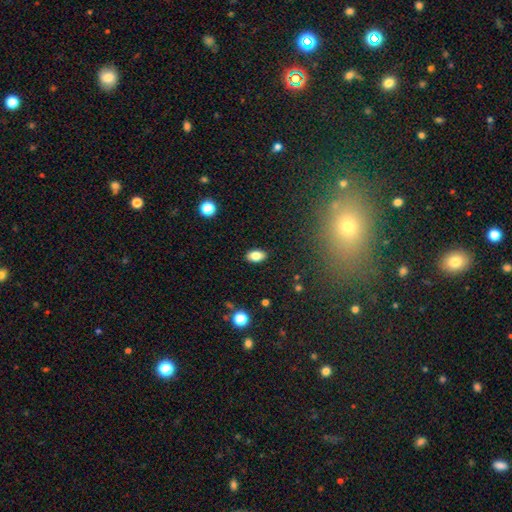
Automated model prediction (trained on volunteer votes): Smooth or featured? Predicted: smooth (p=0.82). How rounded? Predicted: in between (p=0.90). Merging? Predicted: none (p=0.88).